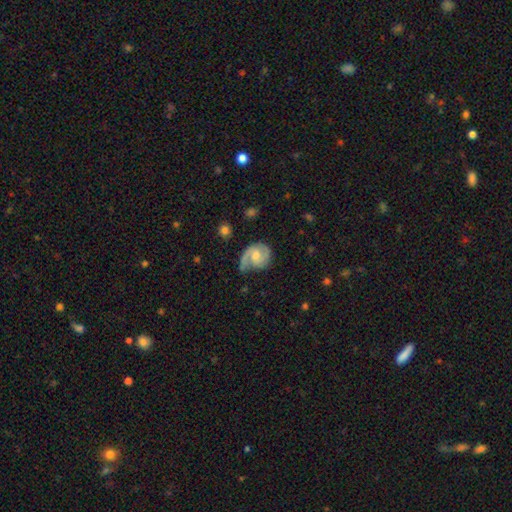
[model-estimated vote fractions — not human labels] This is likely a featured or disk galaxy (79%). It is clearly not viewed edge-on (98%). Bar: possibly no (54%). Spiral arm pattern: clearly yes (96%). Spiral arm count: likely 2 (70%). Spiral winding: possibly medium (47%). Central bulge: possibly moderate (48%). Merging: possibly none (53%).